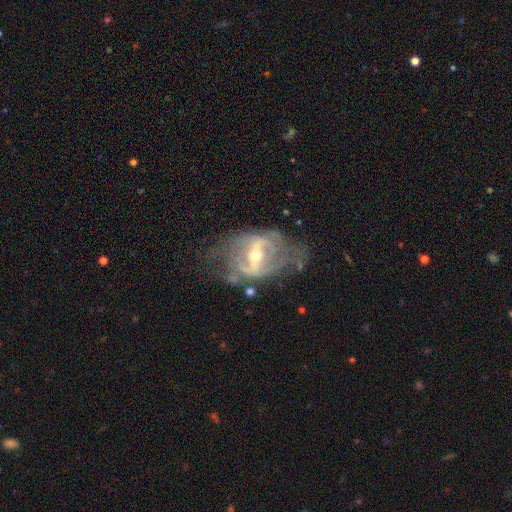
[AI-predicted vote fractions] A featured or disk galaxy (85%) with a strong bar (67%), 2 (57%) medium (39%) spiral arms (72%) and a moderate central bulge (50%). Merging: none (49%).